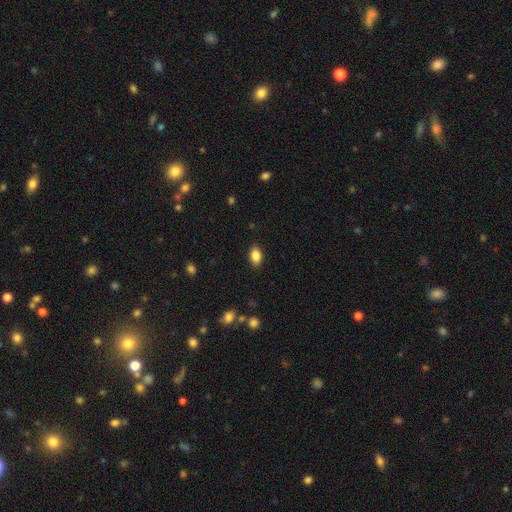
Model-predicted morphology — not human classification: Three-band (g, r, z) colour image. It shows a smooth galaxy with no disk features (86%) that is in between round and cigar-shaped (87%). Merging: none (87%).